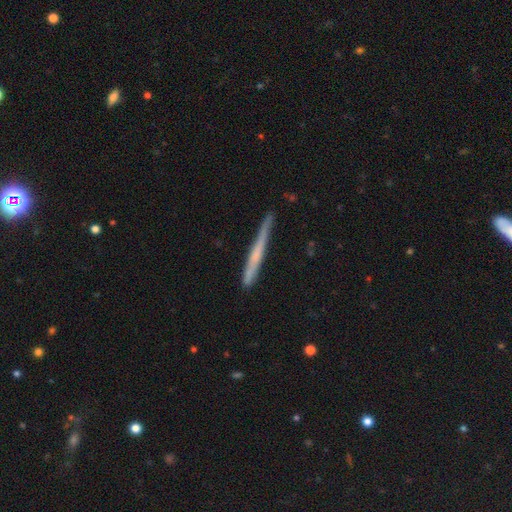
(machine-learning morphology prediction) Smooth or featured: featured or disk — 50% (smooth — 44%)
Merging: none — 83% (minor disturbance — 14%)